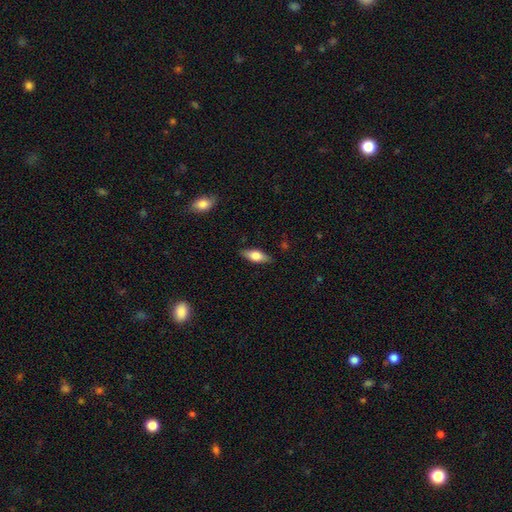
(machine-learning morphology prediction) smooth 63%, featured or disk 30%, star or artifact 7%. Down the decision tree: how rounded — in between (71%); merging — none (85%).